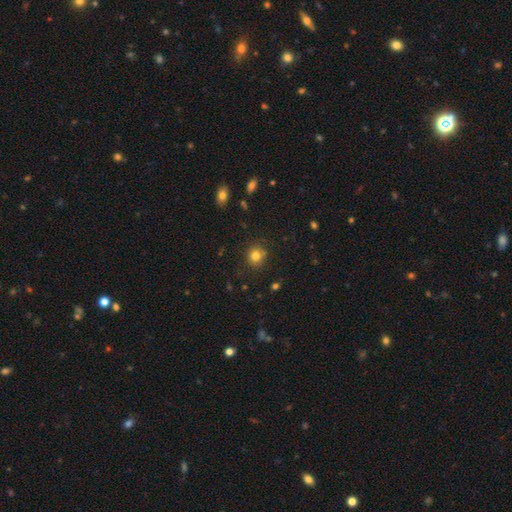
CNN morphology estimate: This appears to be a smooth galaxy with no disk features (79%) that is round (84%). Merging: none (83%).